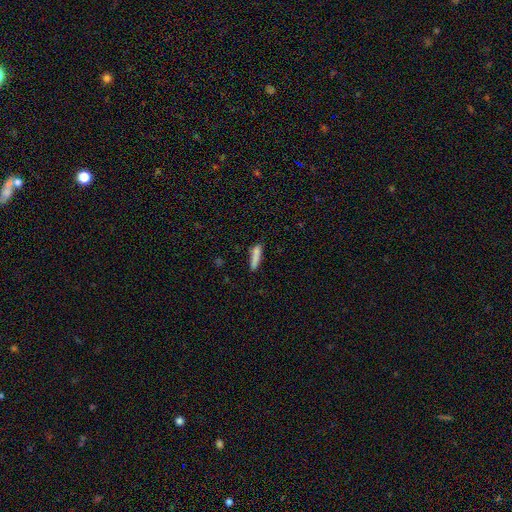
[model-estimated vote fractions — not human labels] smooth-or-featured: smooth: 79% | featured or disk: 13% | star or artifact: 8%
  how-rounded: cigar-shaped: 78% | in between: 20% | round: 2%
  merging: none: 61% | minor disturbance: 21% | merger: 11% | major disturbance: 7%